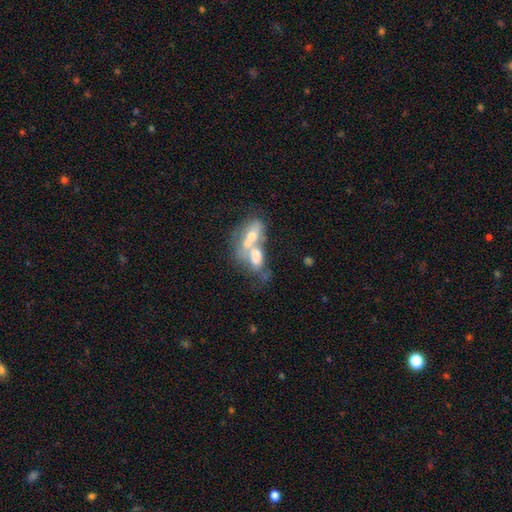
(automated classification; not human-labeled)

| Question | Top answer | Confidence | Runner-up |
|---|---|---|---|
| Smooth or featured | featured or disk | 45% | smooth (44%) |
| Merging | merger | 70% | major disturbance (12%) |